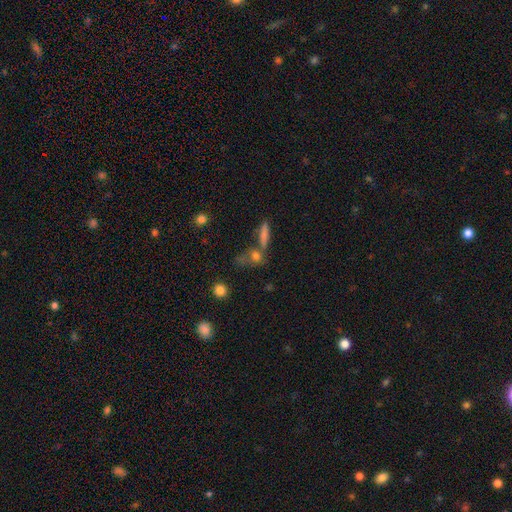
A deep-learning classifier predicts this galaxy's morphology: This is possibly a smooth galaxy (46%). Merging: possibly none (48%).